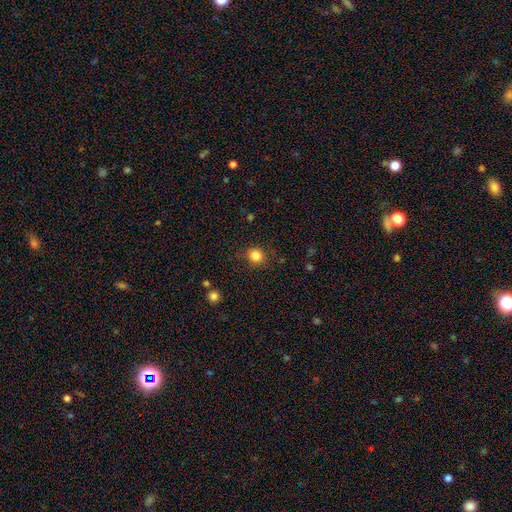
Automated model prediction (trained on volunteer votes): Smooth or featured: smooth — 84% (star or artifact — 12%)
How rounded: round — 88% (in between — 11%)
Merging: none — 84% (minor disturbance — 11%)